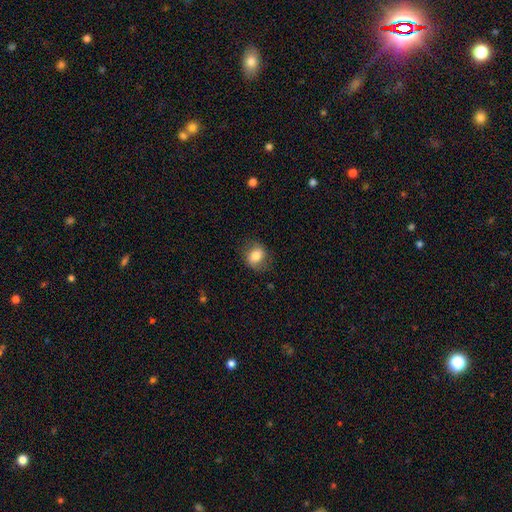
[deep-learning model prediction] smooth-or-featured: smooth: 76% | featured or disk: 16% | star or artifact: 8%
  how-rounded: round: 51% | in between: 48% | cigar-shaped: 1%
  merging: none: 77% | minor disturbance: 16% | major disturbance: 6% | merger: 1%